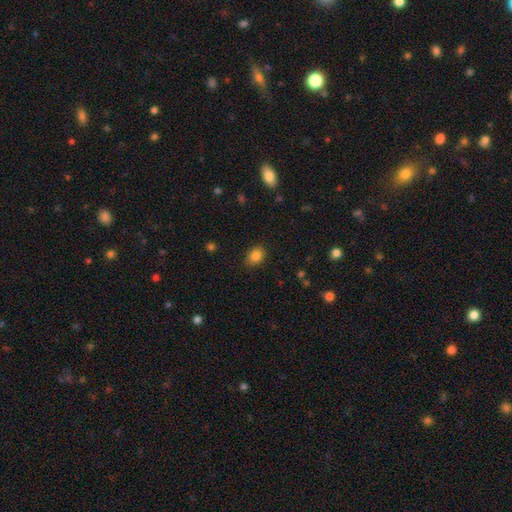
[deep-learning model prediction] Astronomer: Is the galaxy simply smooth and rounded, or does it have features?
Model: smooth — 85%.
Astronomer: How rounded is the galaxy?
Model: in between — 55% (runner-up: round, 44%).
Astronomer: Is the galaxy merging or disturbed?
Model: none — 83%.